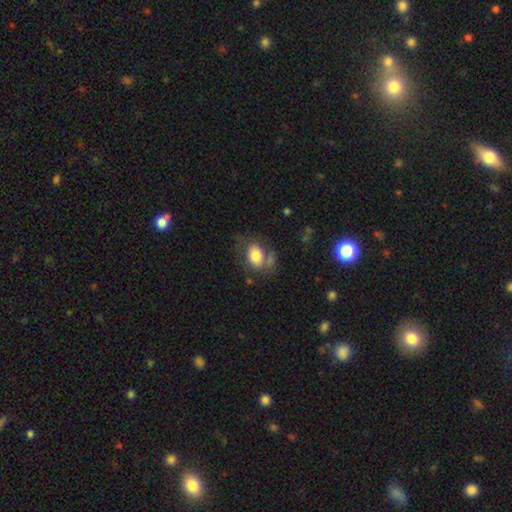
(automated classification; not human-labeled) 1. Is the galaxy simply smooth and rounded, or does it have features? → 72% smooth, 20% featured or disk, 8% star or artifact.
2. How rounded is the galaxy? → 74% in between, 25% round, 1% cigar-shaped.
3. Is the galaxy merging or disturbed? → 51% none, 23% minor disturbance, 15% major disturbance, 11% merger.